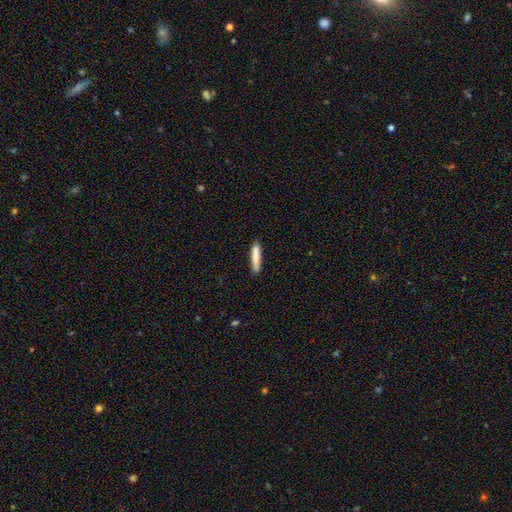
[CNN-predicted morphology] Smooth or featured? smooth (83%)
How rounded? cigar-shaped (90%)
Merging? none (88%)